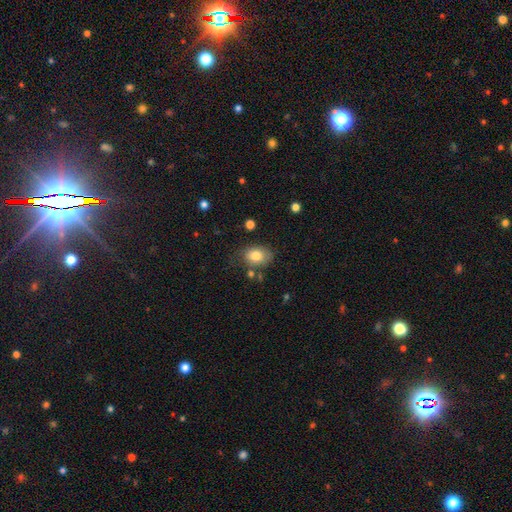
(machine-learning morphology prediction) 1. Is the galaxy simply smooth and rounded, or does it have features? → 81% smooth, 11% featured or disk, 8% star or artifact.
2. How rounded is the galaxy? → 74% in between, 25% round, 1% cigar-shaped.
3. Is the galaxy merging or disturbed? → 66% none, 22% minor disturbance, 7% major disturbance, 5% merger.